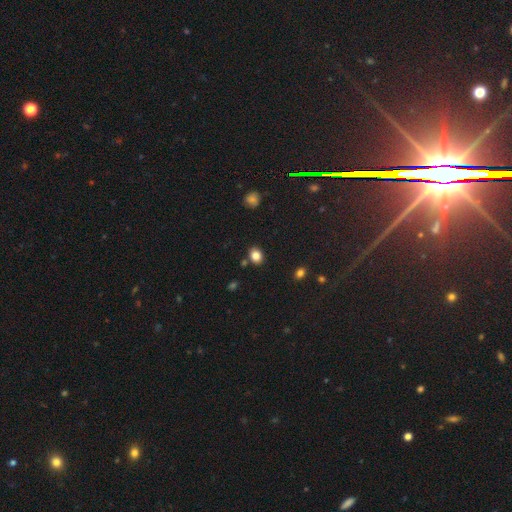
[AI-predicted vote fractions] Q: Smooth or featured?
A: smooth (84%); runner-up: star or artifact (11%)
Q: How rounded?
A: round (54%); runner-up: in between (45%)
Q: Merging?
A: none (82%); runner-up: minor disturbance (10%)